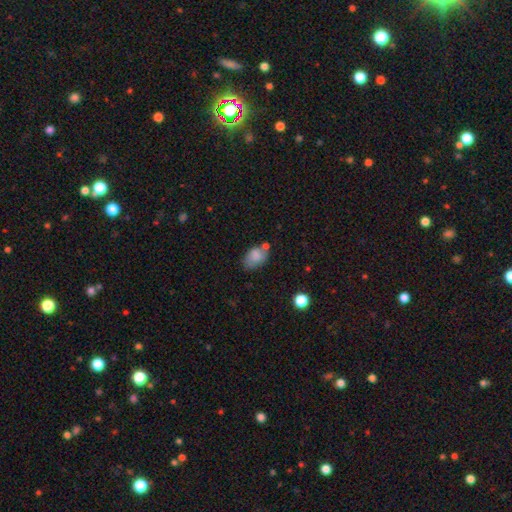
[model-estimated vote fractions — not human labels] Overall: smooth (77%). How rounded: in between (85%). Merging: none (50%; minor disturbance 25%).